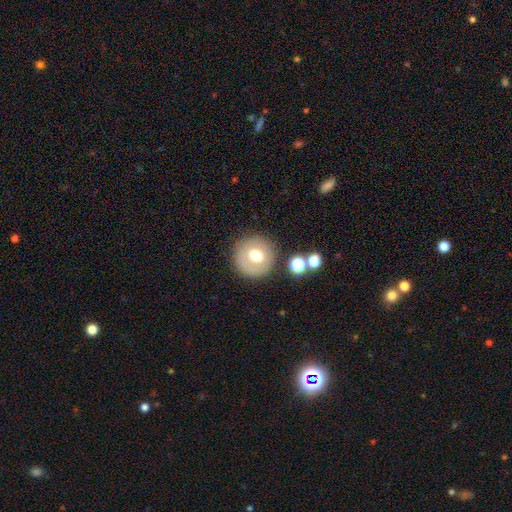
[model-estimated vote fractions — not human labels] A smooth galaxy with no disk features (66%) that is round (95%).

Vote fractions:
- Smooth or featured? smooth: 66% / featured or disk: 24% / star or artifact: 10%
- How rounded? round: 95% / in between: 4% / cigar-shaped: 1%
- Merging? none: 84% / minor disturbance: 8% / merger: 4% / major disturbance: 4%